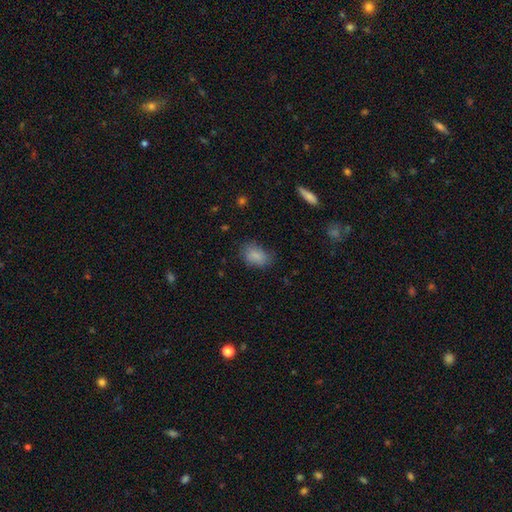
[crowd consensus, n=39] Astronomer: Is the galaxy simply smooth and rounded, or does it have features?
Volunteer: smooth — 85%.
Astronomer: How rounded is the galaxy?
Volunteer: in between — 91%.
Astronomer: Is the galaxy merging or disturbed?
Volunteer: none — 74%.